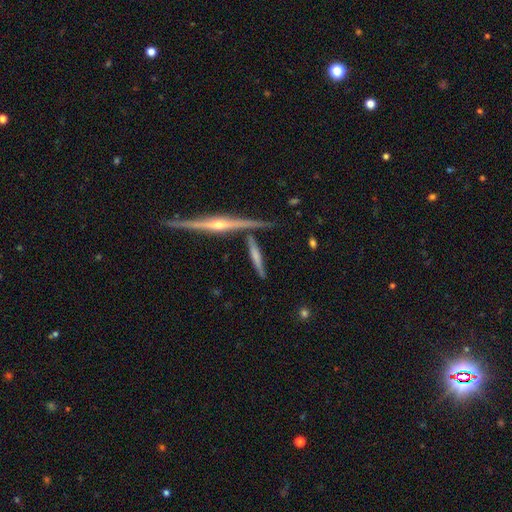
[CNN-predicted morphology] Smooth or featured?
  - featured or disk: 58% *
  - smooth: 34%
  - star or artifact: 9%
Edge-on disk?
  - yes: 92% *
  - no: 8%
Edge-on bulge?
  - rounded: 65% *
  - none: 24%
  - boxy: 10%
Merging?
  - none: 66% *
  - minor disturbance: 15%
  - merger: 15%
  - major disturbance: 5%